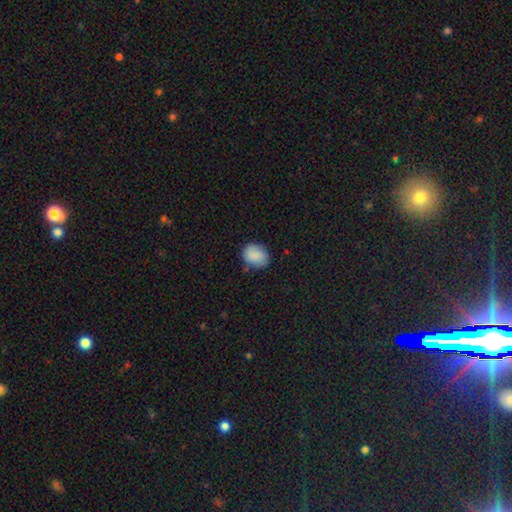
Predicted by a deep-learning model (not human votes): smooth 88%, star or artifact 7%, featured or disk 5%. Down the decision tree: how rounded — in between (58%); merging — none (77%).